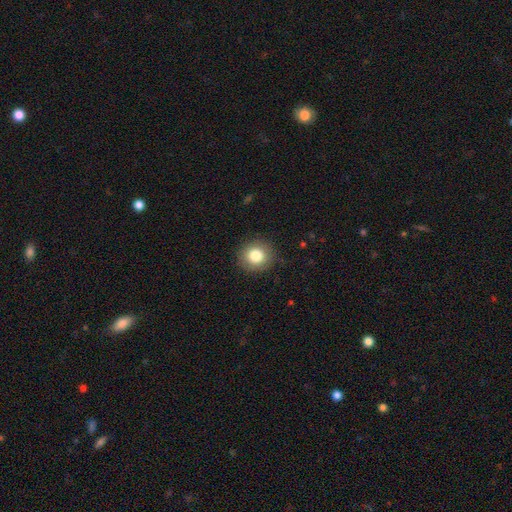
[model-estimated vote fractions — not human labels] Smooth or featured?
  - smooth: 83% *
  - star or artifact: 10%
  - featured or disk: 7%
How rounded?
  - round: 89% *
  - in between: 10%
  - cigar-shaped: 1%
Merging?
  - none: 89% *
  - minor disturbance: 8%
  - major disturbance: 2%
  - merger: 1%